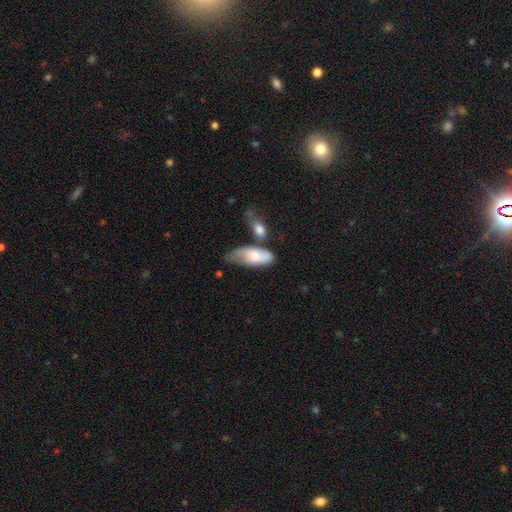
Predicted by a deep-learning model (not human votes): This appears to be a smooth galaxy with no disk features (66%) that is in between round and cigar-shaped (83%). Merging: merger (32%).